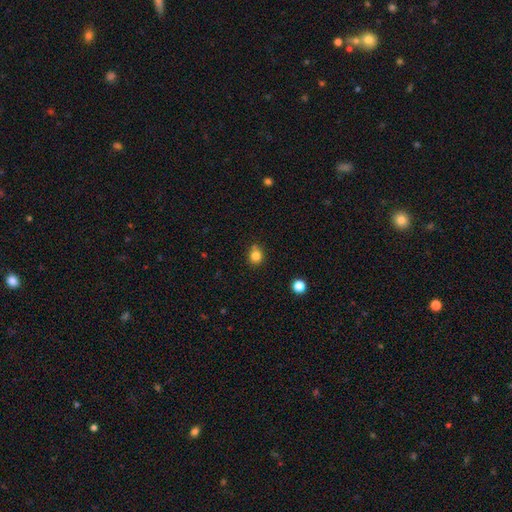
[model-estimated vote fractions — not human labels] smooth 82%, star or artifact 12%, featured or disk 5%. Down the decision tree: how rounded — round (81%); merging — none (76%).